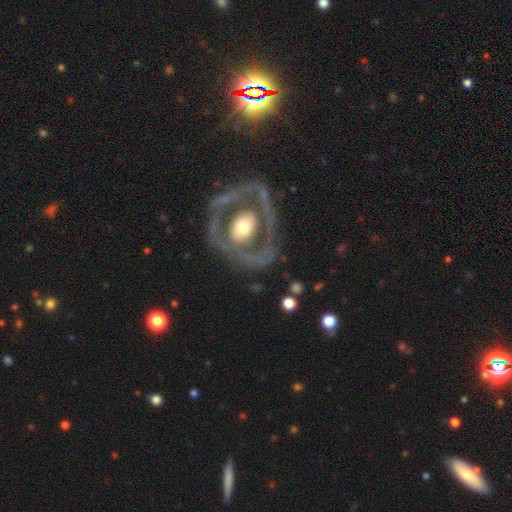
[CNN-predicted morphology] A featured or disk galaxy (79%) with no bar (51%), no spiral arms (56%) and a moderate central bulge (63%).

Vote fractions:
- Smooth or featured? featured or disk: 79% / smooth: 14% / star or artifact: 7%
- Edge-on disk? no: 93% / yes: 7%
- Bar? no: 51% / weak: 25% / strong: 24%
- Spiral arms? no: 56% / yes: 44%
- Bulge size? moderate: 63% / large: 19% / small: 14% / dominant: 2% / none: 2%
- Merging? none: 72% / minor disturbance: 14% / major disturbance: 12% / merger: 2%